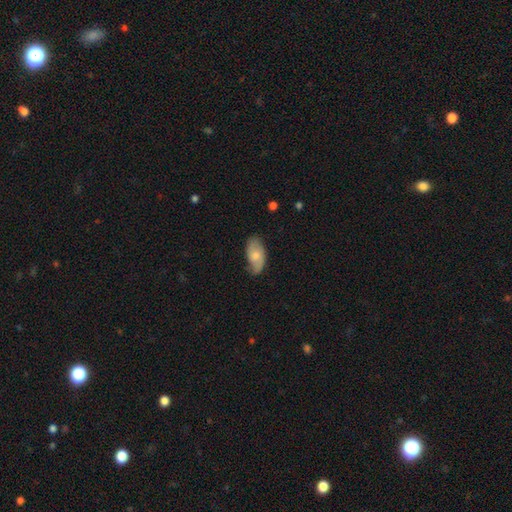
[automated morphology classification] The model was most divided on "smooth or featured": smooth: 61%, featured or disk: 33%, star or artifact: 6%. More confident: how rounded — in between (94%); merging — none (68%).